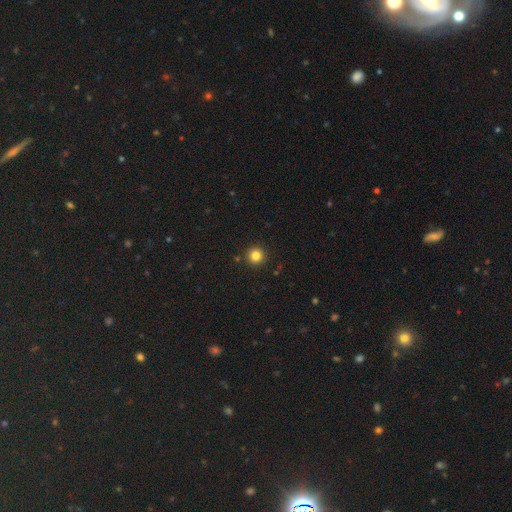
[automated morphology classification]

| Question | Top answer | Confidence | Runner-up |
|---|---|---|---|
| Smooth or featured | smooth | 82% | star or artifact (13%) |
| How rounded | round | 96% | in between (3%) |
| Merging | none | 92% | minor disturbance (5%) |